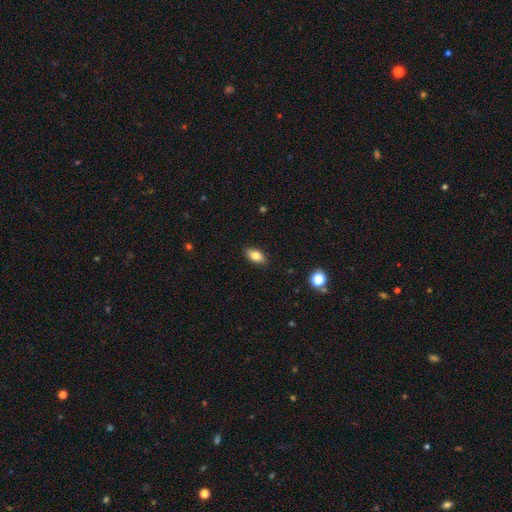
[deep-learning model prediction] This is clearly a smooth galaxy (81%). How rounded: clearly in between (90%). Merging: clearly none (88%).